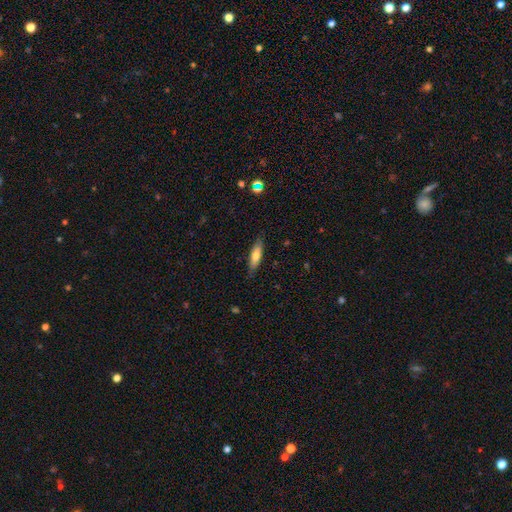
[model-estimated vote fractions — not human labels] Overall: smooth (69%). How rounded: cigar-shaped (61%; in between 37%). Merging: none (84%).